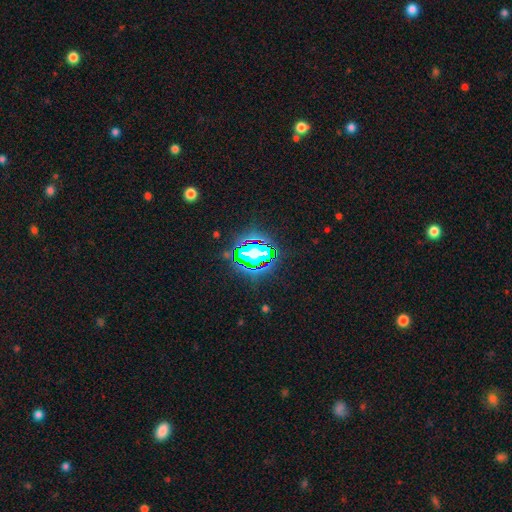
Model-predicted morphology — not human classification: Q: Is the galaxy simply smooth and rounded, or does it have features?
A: star or artifact — 76%.